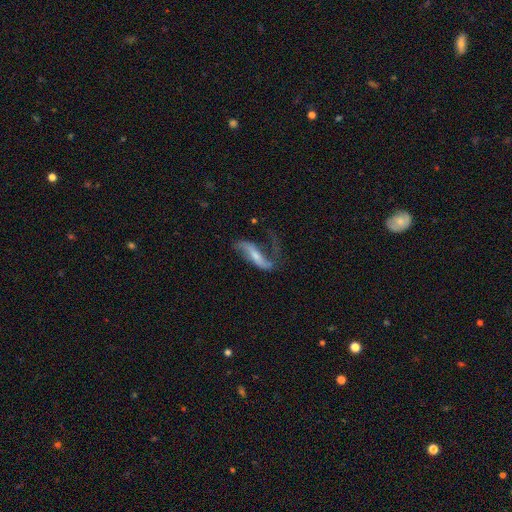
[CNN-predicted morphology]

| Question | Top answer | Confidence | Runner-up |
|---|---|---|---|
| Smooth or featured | featured or disk | 71% | smooth (22%) |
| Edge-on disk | no | 81% | yes (19%) |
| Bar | strong | 40% | weak (30%) |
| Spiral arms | yes | 86% | no (14%) |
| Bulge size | small | 48% | moderate (32%) |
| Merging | none | 39% | major disturbance (36%) |